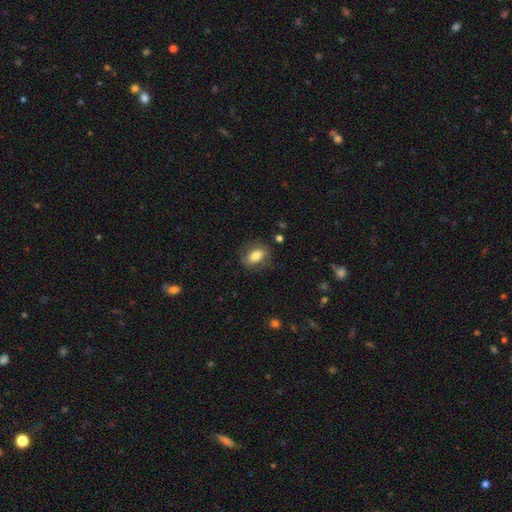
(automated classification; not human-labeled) This appears to be a smooth galaxy with no disk features (70%) that is in between round and cigar-shaped (77%). Merging: none (71%).